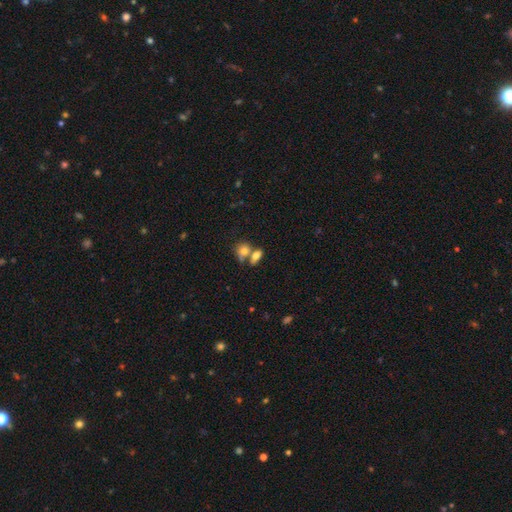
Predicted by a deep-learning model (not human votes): The model was most divided on "merging": merger: 49%, none: 37%, minor disturbance: 9%, major disturbance: 4%. More confident: smooth or featured — smooth (75%); how rounded — in between (70%).